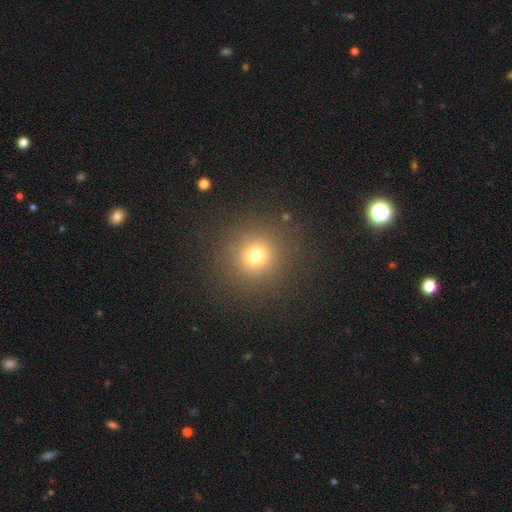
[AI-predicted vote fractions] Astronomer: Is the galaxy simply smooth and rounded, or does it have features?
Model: smooth — 73%.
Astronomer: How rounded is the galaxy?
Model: round — 92%.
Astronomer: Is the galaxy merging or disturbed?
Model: none — 88%.